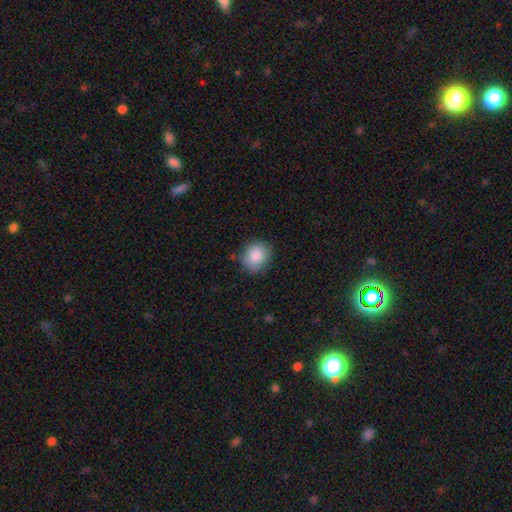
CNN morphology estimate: Smooth or featured? smooth (87%)
How rounded? round (64%)
Merging? none (80%)